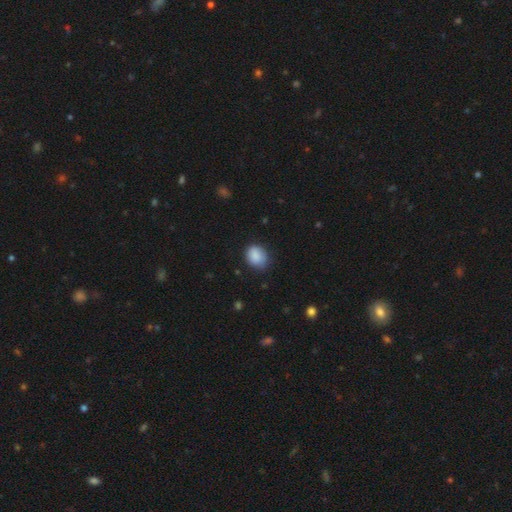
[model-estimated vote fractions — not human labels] This appears to be a smooth galaxy with no disk features (87%) that is round (53%). Merging: none (74%).